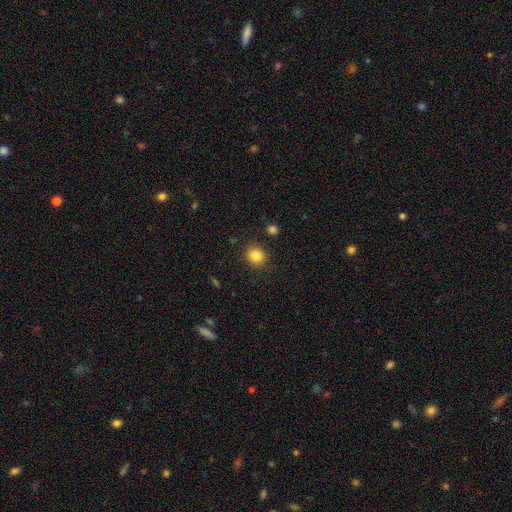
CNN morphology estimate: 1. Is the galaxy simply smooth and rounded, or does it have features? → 84% smooth, 11% star or artifact, 5% featured or disk.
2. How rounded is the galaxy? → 83% round, 16% in between, 1% cigar-shaped.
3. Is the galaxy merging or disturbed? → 88% none, 7% minor disturbance, 3% major disturbance, 2% merger.